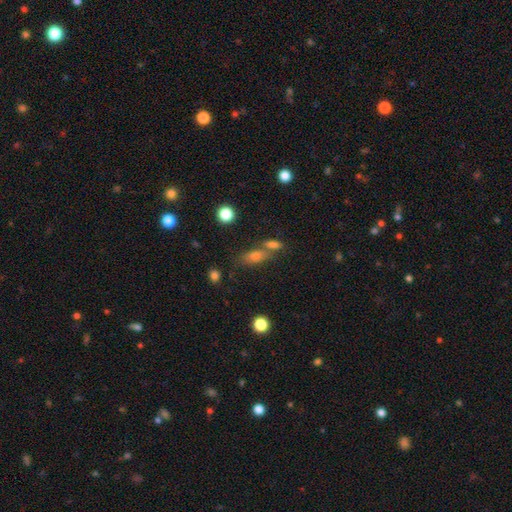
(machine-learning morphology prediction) A smooth galaxy with no disk features (65%) that is in between round and cigar-shaped (66%).

Vote fractions:
- Smooth or featured? smooth: 65% / star or artifact: 18% / featured or disk: 17%
- How rounded? in between: 66% / cigar-shaped: 21% / round: 13%
- Merging? none: 49% / merger: 36% / minor disturbance: 10% / major disturbance: 5%